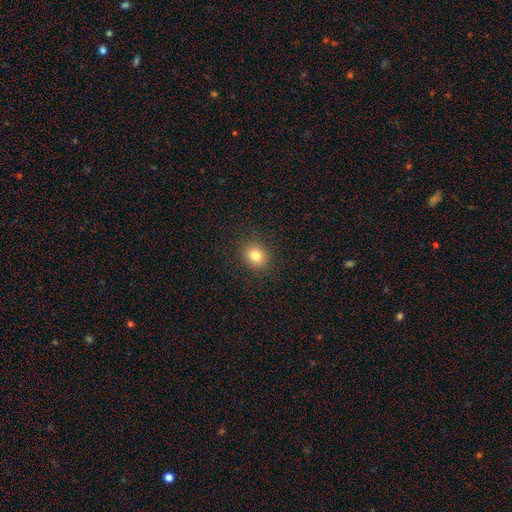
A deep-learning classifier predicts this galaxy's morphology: smooth-or-featured: smooth: 81% | star or artifact: 12% | featured or disk: 8%
  how-rounded: round: 67% | in between: 32% | cigar-shaped: 1%
  merging: none: 90% | minor disturbance: 7% | major disturbance: 2% | merger: 1%